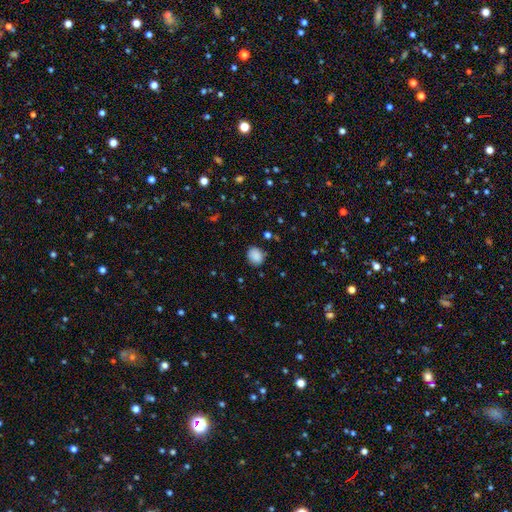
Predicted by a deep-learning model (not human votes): Smooth or featured: smooth — 88% (star or artifact — 9%)
How rounded: round — 57% (in between — 42%)
Merging: none — 83% (minor disturbance — 13%)